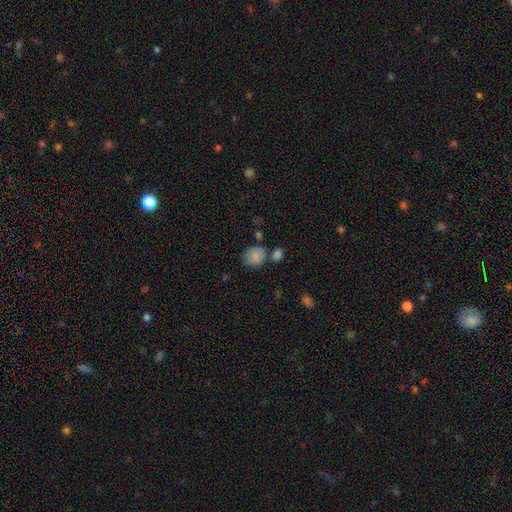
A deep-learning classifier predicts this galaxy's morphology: Smooth or featured?
  - smooth: 82% *
  - star or artifact: 9%
  - featured or disk: 9%
How rounded?
  - in between: 51% *
  - round: 48%
  - cigar-shaped: 1%
Merging?
  - none: 54% *
  - minor disturbance: 22%
  - merger: 17%
  - major disturbance: 7%